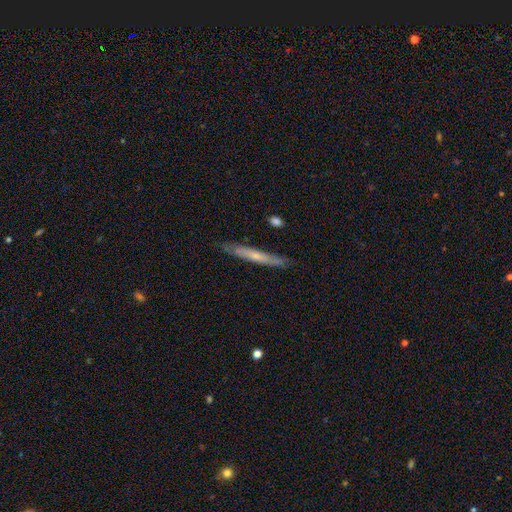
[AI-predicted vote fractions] smooth 49%, featured or disk 45%, star or artifact 6%. Down the decision tree: merging — none (82%).